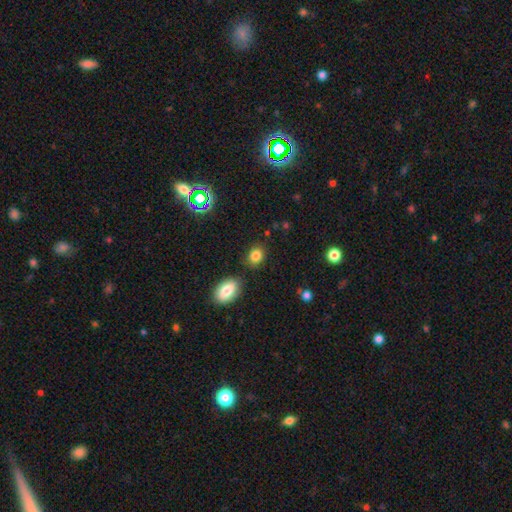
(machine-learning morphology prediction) Smooth or featured: smooth — 83% (star or artifact — 12%)
How rounded: round — 56% (in between — 43%)
Merging: none — 81% (minor disturbance — 11%)